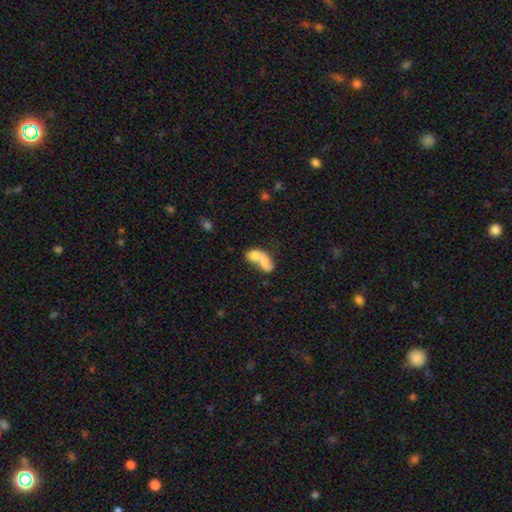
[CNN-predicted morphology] The model was most divided on "smooth or featured": smooth: 65%, featured or disk: 26%, star or artifact: 9%. More confident: merging — merger (77%); how rounded — in between (70%).